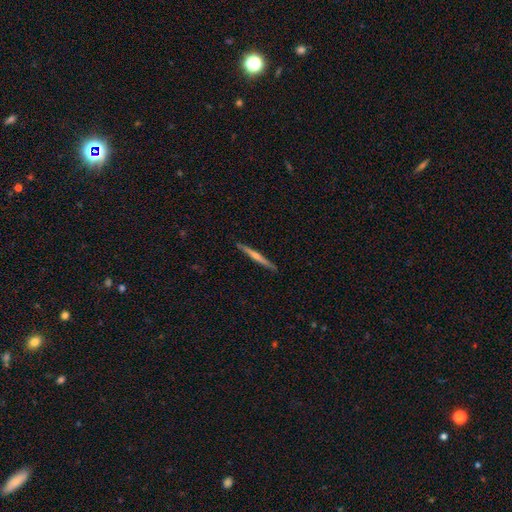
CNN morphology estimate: Smooth or featured? featured or disk (70%)
Edge-on disk? yes (98%)
Edge-on bulge? rounded (69%)
Merging? none (92%)